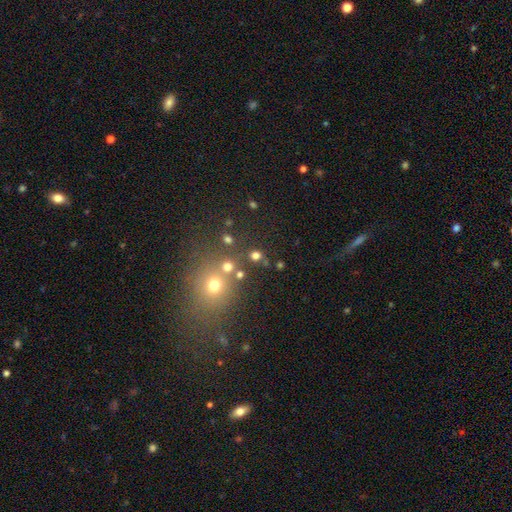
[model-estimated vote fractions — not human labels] smooth_or_featured: smooth (p=0.71) [alt: star or artifact p=0.21]
how_rounded: round (p=0.86) [alt: in between p=0.12]
merging: none (p=0.76) [alt: merger p=0.13]